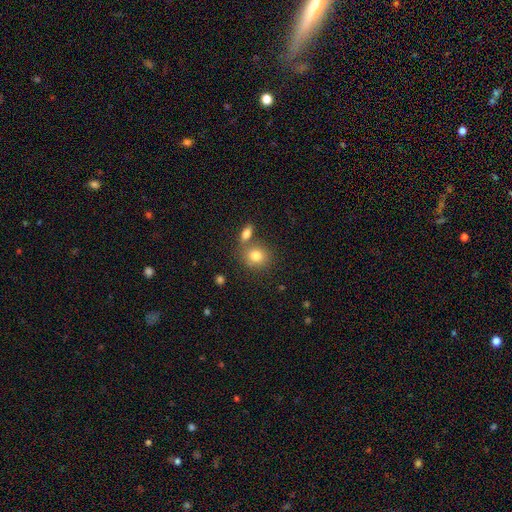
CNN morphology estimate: This appears to be a smooth galaxy with no disk features (80%) that is round (71%). Merging: none (59%).